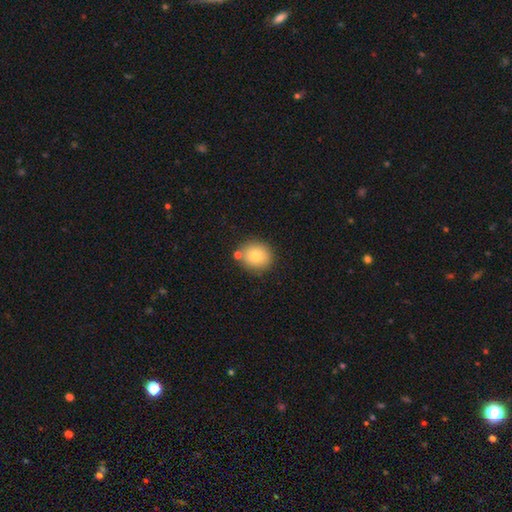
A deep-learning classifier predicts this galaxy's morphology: This appears to be a smooth galaxy with no disk features (78%) that is round (85%). Merging: none (77%).